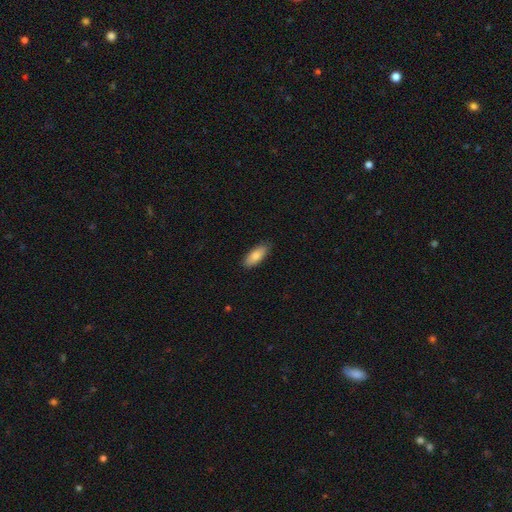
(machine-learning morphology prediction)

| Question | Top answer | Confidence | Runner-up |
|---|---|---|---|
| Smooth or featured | smooth | 82% | featured or disk (12%) |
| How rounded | in between | 81% | cigar-shaped (17%) |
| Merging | none | 86% | minor disturbance (11%) |